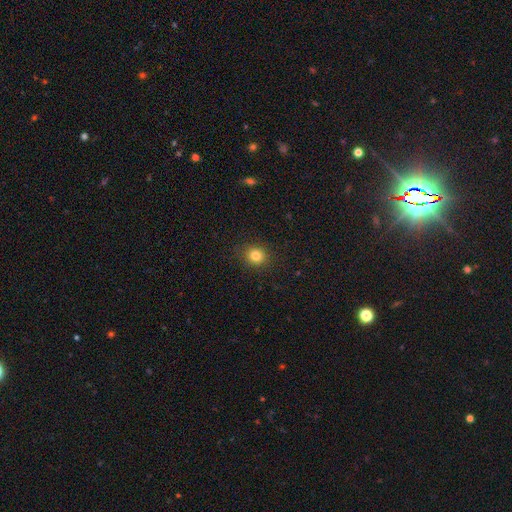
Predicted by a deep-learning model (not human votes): Overall: smooth (82%). How rounded: round (81%). Merging: none (90%).